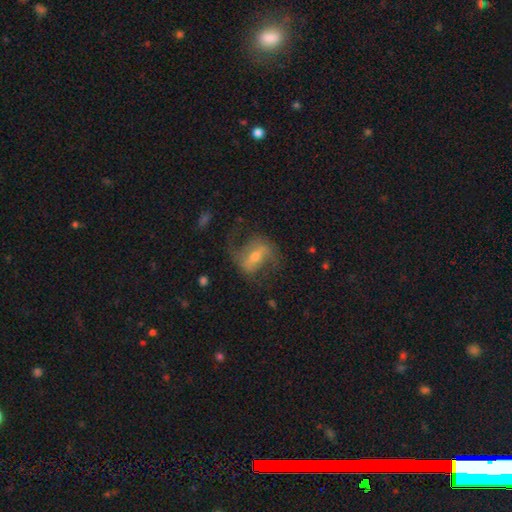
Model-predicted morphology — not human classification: smooth_or_featured: featured or disk (p=0.76) [alt: smooth p=0.17]
disk_edge_on: no (p=0.95) [alt: yes p=0.05]
bar: strong (p=0.48) [alt: weak p=0.37]
has_spiral_arms: yes (p=0.88) [alt: no p=0.12]
spiral_winding: loose (p=0.48) [alt: medium p=0.42]
spiral_arm_count: 2 (p=0.87) [alt: can't tell p=0.06]
bulge_size: moderate (p=0.51) [alt: small p=0.40]
merging: none (p=0.64) [alt: major disturbance p=0.17]